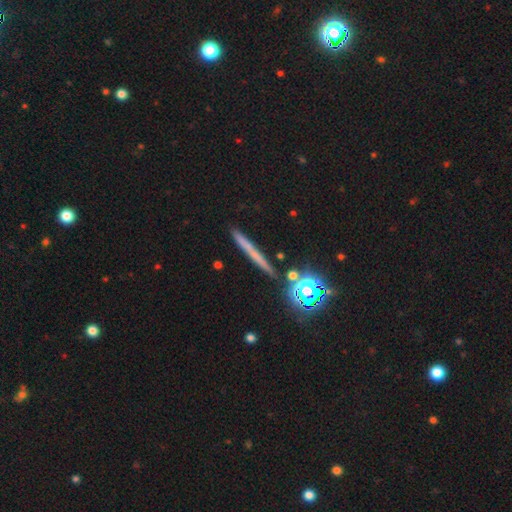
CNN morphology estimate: Smooth or featured?
  - smooth: 49% *
  - featured or disk: 34%
  - star or artifact: 17%
Merging?
  - none: 88% *
  - minor disturbance: 7%
  - merger: 3%
  - major disturbance: 2%